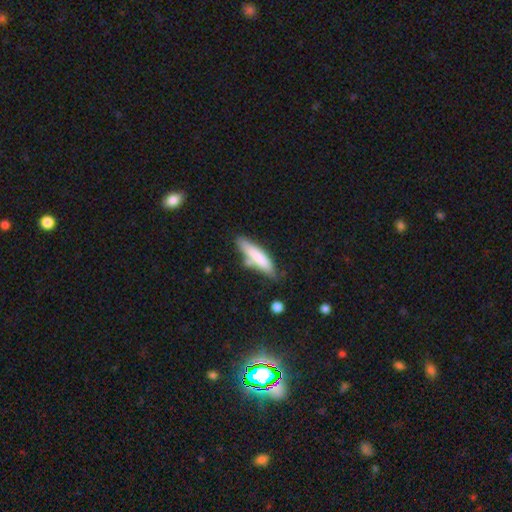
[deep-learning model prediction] A smooth galaxy with no disk features (76%) that is cigar-shaped (76%). Merging: none (64%).